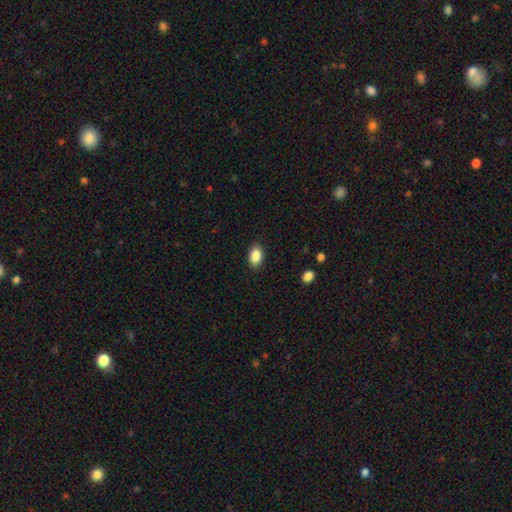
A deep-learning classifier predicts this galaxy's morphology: Smooth or featured?
  - smooth: 88% *
  - star or artifact: 8%
  - featured or disk: 4%
How rounded?
  - in between: 88% *
  - round: 11%
  - cigar-shaped: 1%
Merging?
  - none: 88% *
  - minor disturbance: 9%
  - major disturbance: 2%
  - merger: 1%